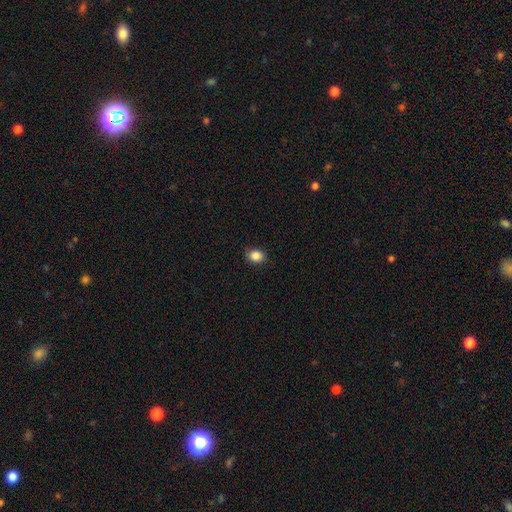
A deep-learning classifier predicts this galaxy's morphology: This appears to be a smooth galaxy with no disk features (87%) that is in between round and cigar-shaped (51%). Merging: none (88%).